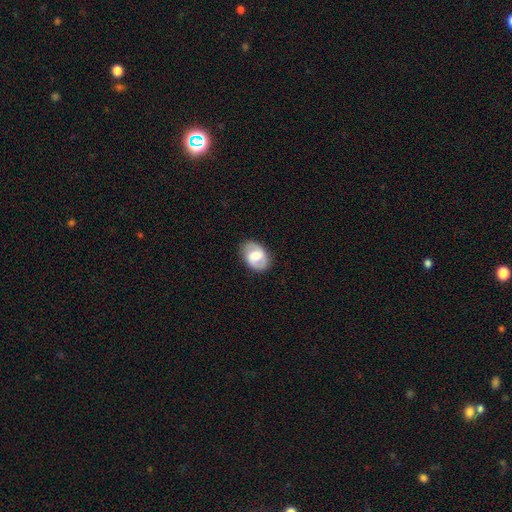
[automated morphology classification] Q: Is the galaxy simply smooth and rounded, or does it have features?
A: featured or disk — 49%.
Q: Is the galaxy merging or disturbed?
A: none — 83%.